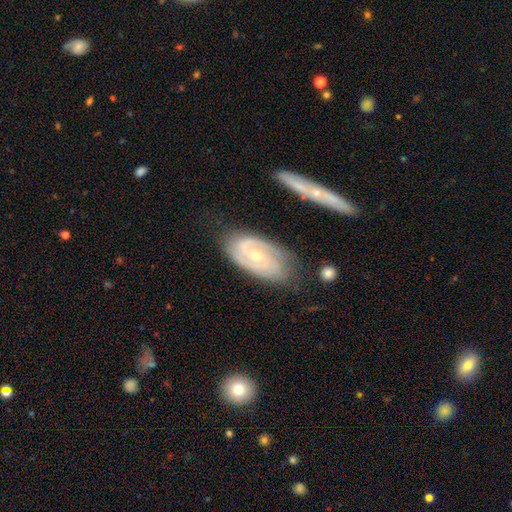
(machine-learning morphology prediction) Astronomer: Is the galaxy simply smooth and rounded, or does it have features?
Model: featured or disk — 84%.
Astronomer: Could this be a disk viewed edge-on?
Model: no — 95%.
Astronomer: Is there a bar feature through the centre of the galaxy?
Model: no — 66%.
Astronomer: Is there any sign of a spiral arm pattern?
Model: yes — 95%.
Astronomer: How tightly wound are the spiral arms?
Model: tight — 63%.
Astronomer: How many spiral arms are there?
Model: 2 — 62%.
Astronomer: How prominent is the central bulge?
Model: small — 54% (runner-up: moderate, 44%).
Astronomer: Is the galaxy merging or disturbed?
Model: none — 71%.